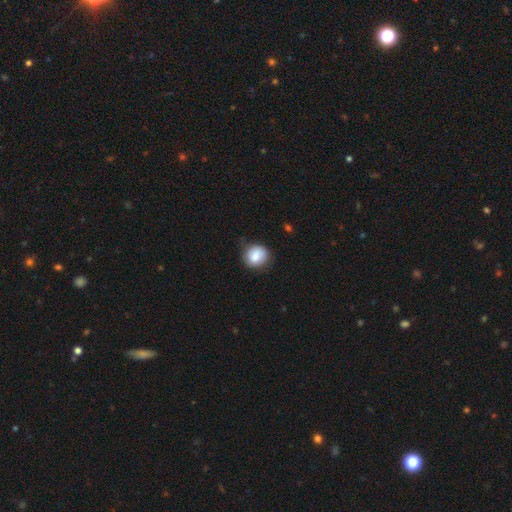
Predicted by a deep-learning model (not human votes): The model was most divided on "merging": none: 73%, minor disturbance: 21%, major disturbance: 5%, merger: 1%. More confident: smooth or featured — smooth (81%); how rounded — round (80%).